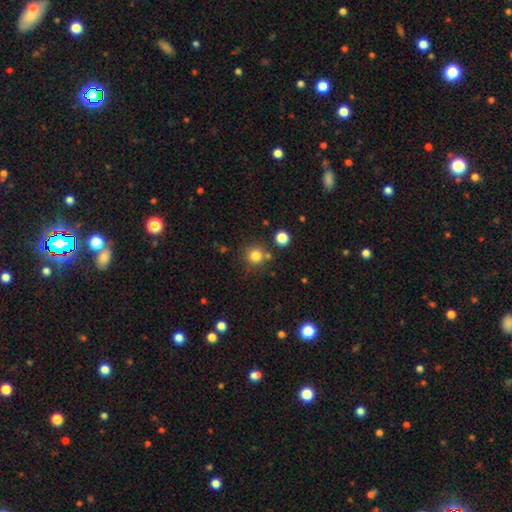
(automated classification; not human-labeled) This appears to be a smooth galaxy with no disk features (81%) that is round (94%). Merging: none (79%).